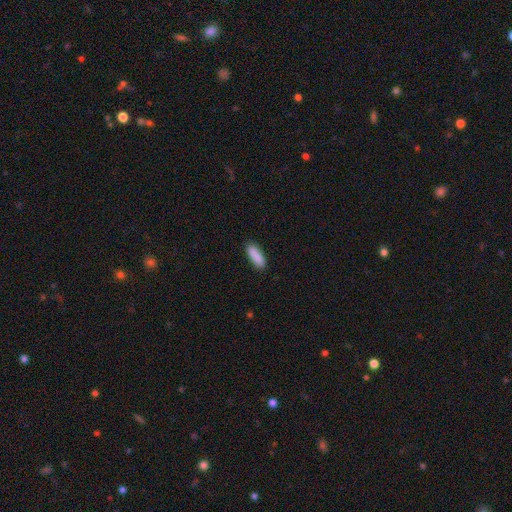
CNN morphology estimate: smooth 90%, star or artifact 6%, featured or disk 4%. Down the decision tree: how rounded — in between (58%); merging — none (88%).